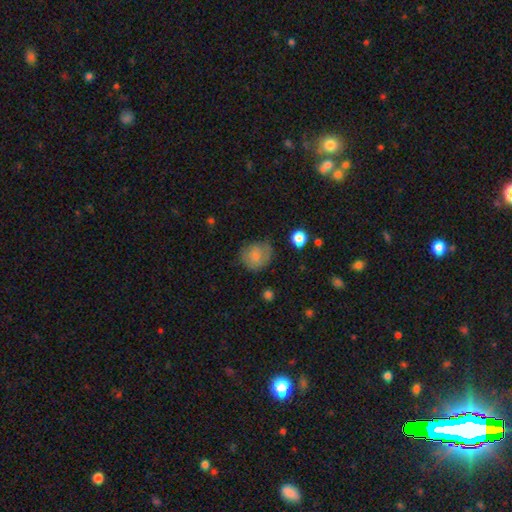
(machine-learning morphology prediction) Smooth or featured? Predicted: smooth (p=0.71). How rounded? Predicted: round (p=0.76). Merging? Predicted: none (p=0.60).